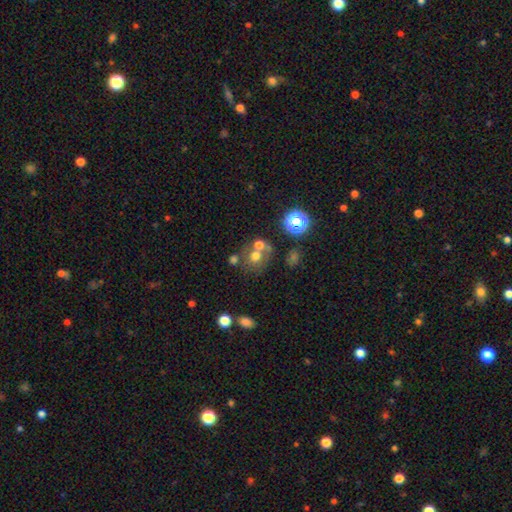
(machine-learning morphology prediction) smooth-or-featured: smooth: 62% | featured or disk: 19% | star or artifact: 19%
  how-rounded: round: 78% | in between: 21% | cigar-shaped: 1%
  merging: none: 46% | merger: 37% | minor disturbance: 11% | major disturbance: 6%